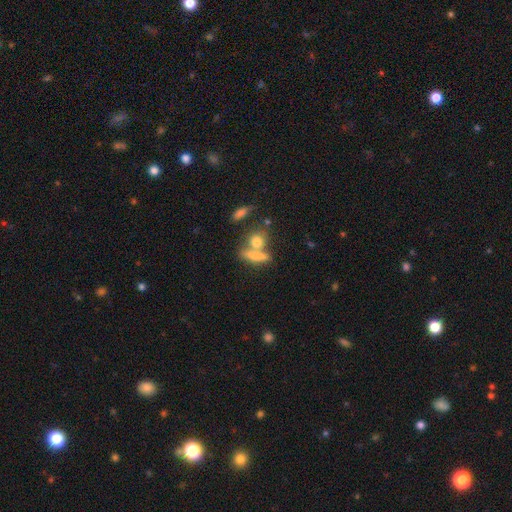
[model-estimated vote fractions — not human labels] smooth_or_featured: smooth (p=0.69) [alt: featured or disk p=0.21]
how_rounded: cigar-shaped (p=0.47) [alt: in between p=0.39]
merging: none (p=0.48) [alt: merger p=0.36]